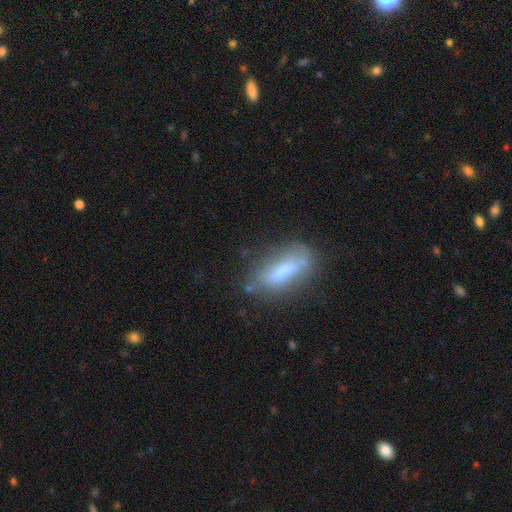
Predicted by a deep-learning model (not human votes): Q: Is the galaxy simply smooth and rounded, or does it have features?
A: smooth — 57%.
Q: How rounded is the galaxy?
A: in between — 54%.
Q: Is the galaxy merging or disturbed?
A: none — 68%.